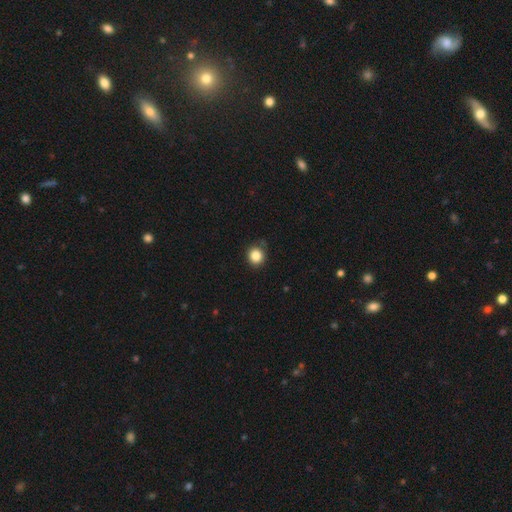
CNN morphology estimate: type=smooth (85%); roundness=round (89%); merging=none (83%).